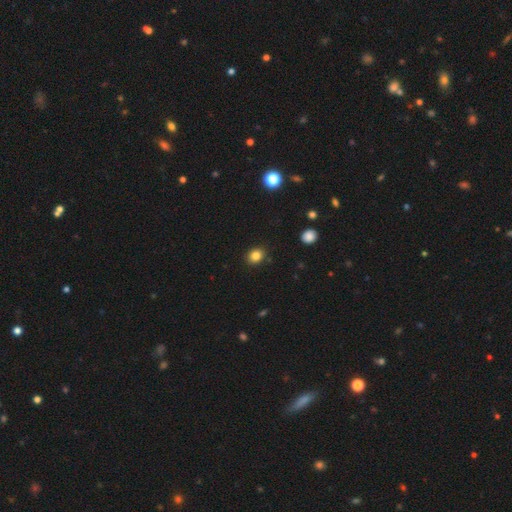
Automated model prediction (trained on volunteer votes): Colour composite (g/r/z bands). It shows a smooth galaxy with no disk features (84%) that is round (59%). Merging: none (89%).